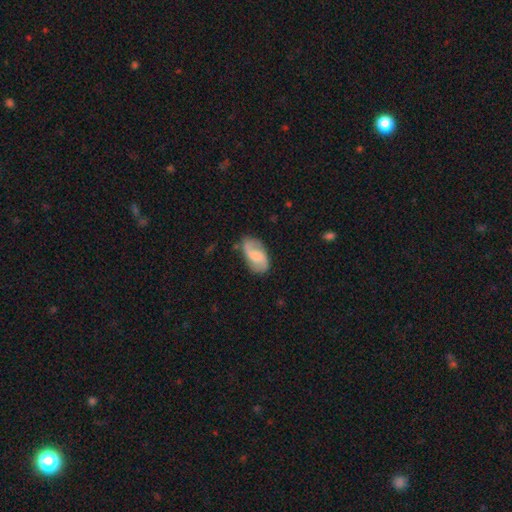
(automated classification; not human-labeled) A featured or disk galaxy (63%) with a weak bar (47%), 2 (88%) loose (50%) spiral arms (92%) and a moderate central bulge (35%).

Vote fractions:
- Smooth or featured? featured or disk: 63% / smooth: 31% / star or artifact: 6%
- Edge-on disk? no: 96% / yes: 4%
- Bar? weak: 47% / no: 43% / strong: 10%
- Spiral arms? yes: 92% / no: 8%
- Spiral winding? loose: 50% / medium: 37% / tight: 12%
- Spiral arm count? 2: 88% / can't tell: 5% / 1: 3% / 3: 1% / 4: 1% / more than 4: 1%
- Bulge size? moderate: 35% / small: 31% / none: 22% / large: 10% / dominant: 2%
- Merging? none: 73% / minor disturbance: 19% / major disturbance: 6% / merger: 2%